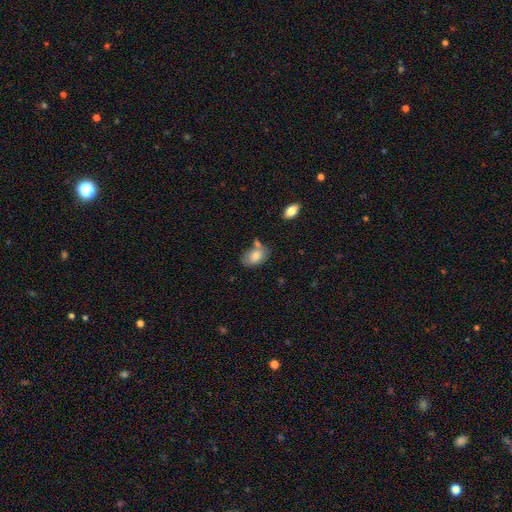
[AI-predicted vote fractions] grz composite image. It shows a smooth galaxy with no disk features (79%) that is in between round and cigar-shaped (86%). Merging: none (55%).